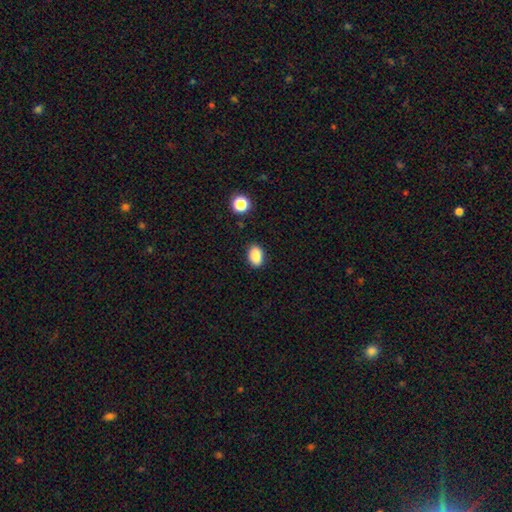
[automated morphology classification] The model was most divided on "how rounded": in between: 83%, round: 15%, cigar-shaped: 1%. More confident: smooth or featured — smooth (87%); merging — none (87%).